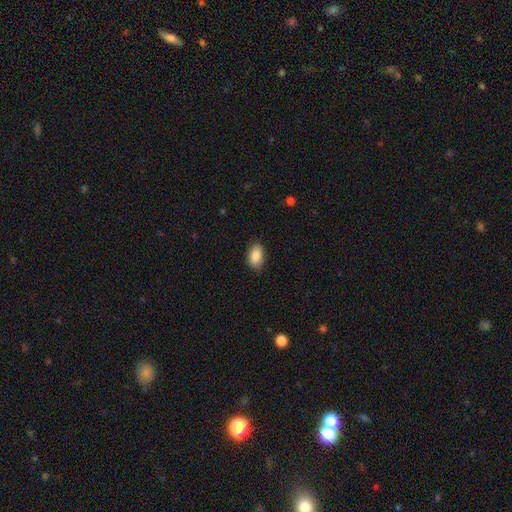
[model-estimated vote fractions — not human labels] Smooth or featured?
  - smooth: 87% *
  - star or artifact: 7%
  - featured or disk: 6%
How rounded?
  - in between: 92% *
  - round: 6%
  - cigar-shaped: 2%
Merging?
  - none: 87% *
  - minor disturbance: 10%
  - major disturbance: 2%
  - merger: 1%